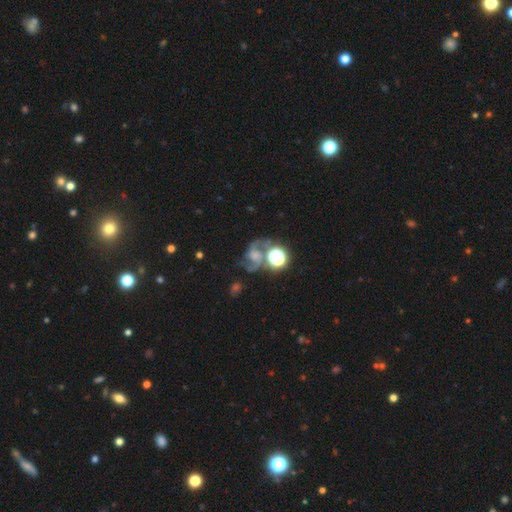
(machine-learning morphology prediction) Smooth or featured? Predicted: featured or disk (p=0.55). Edge-on disk? Predicted: no (p=0.96). Bar? Predicted: no (p=0.55). Spiral arms? Predicted: yes (p=0.88). Bulge size? Predicted: moderate (p=0.41). Merging? Predicted: none (p=0.52).